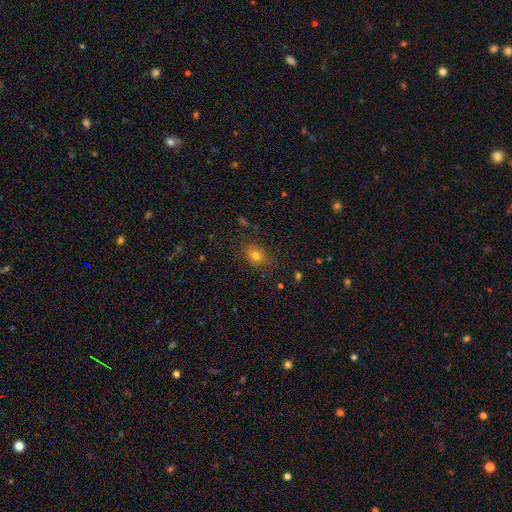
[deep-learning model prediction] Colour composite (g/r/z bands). It shows a smooth galaxy with no disk features (73%) that is in between round and cigar-shaped (62%). Merging: none (80%).